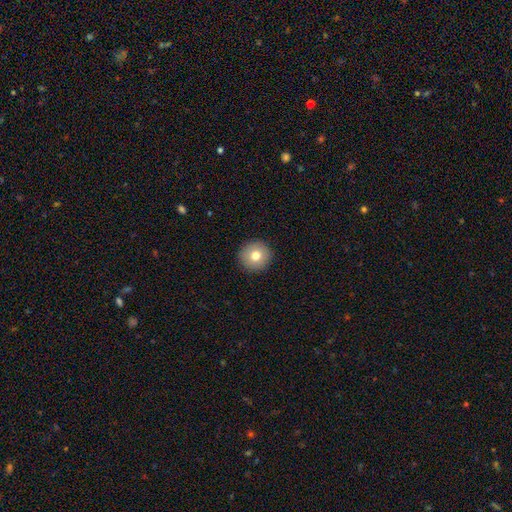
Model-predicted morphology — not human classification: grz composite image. It shows a smooth galaxy with no disk features (77%) that is round (94%). Merging: none (92%).